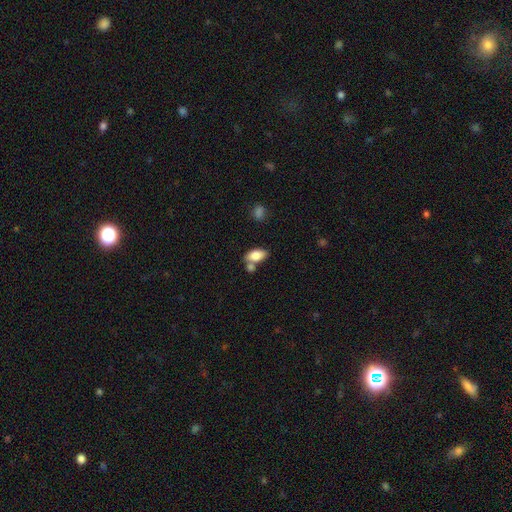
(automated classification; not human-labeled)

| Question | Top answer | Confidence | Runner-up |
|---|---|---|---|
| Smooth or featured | smooth | 83% | featured or disk (11%) |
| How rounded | in between | 91% | cigar-shaped (4%) |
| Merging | none | 54% | merger (29%) |